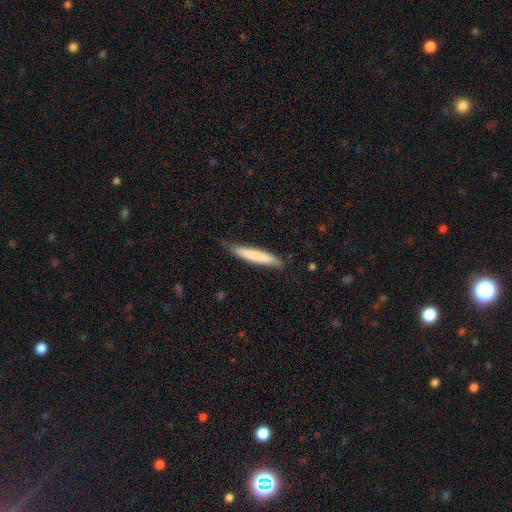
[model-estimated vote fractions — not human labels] smooth_or_featured: smooth (p=0.75) [alt: featured or disk p=0.20]
how_rounded: cigar-shaped (p=0.94) [alt: in between p=0.05]
merging: none (p=0.75) [alt: minor disturbance p=0.20]